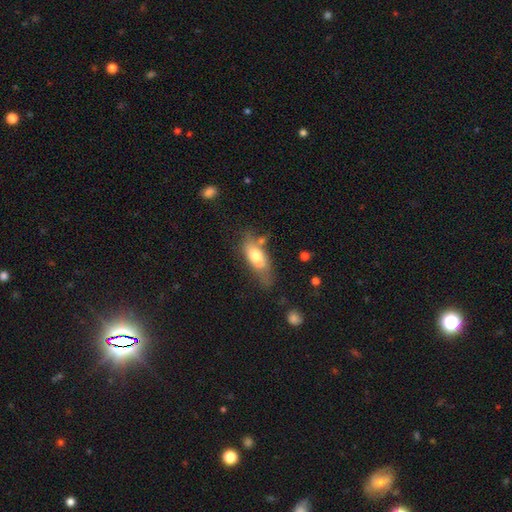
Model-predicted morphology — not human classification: smooth 63%, featured or disk 30%, star or artifact 7%. Down the decision tree: how rounded — in between (77%); merging — none (41%).